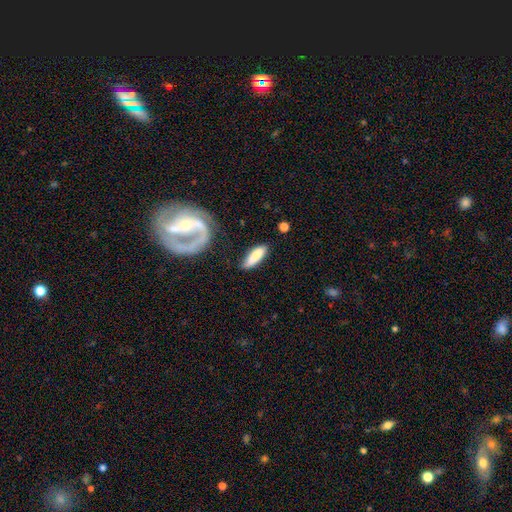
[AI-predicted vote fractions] Morphology: type=smooth (78%); roundness=cigar-shaped (52%); merging=none (69%).